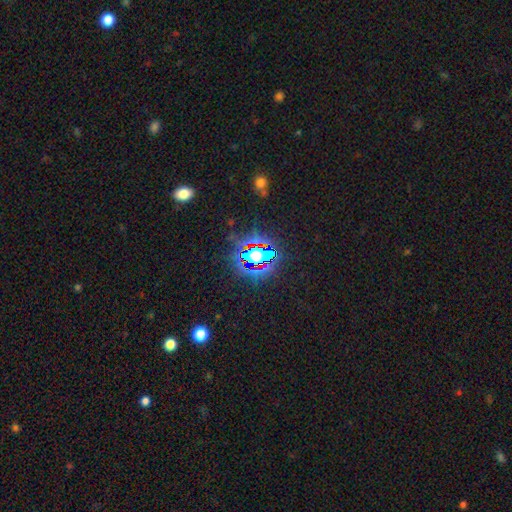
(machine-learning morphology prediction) This is likely a star or artifact rather than a galaxy (71%).